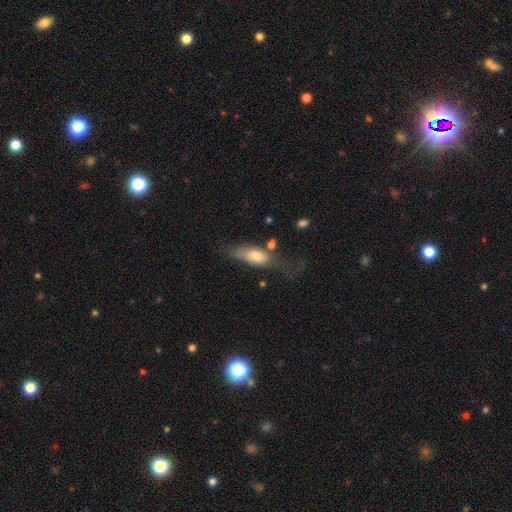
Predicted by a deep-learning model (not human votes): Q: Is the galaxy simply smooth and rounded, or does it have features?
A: smooth — 70%.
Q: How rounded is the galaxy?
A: in between — 75%.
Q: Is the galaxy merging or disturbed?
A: none — 32%, tied with major disturbance.